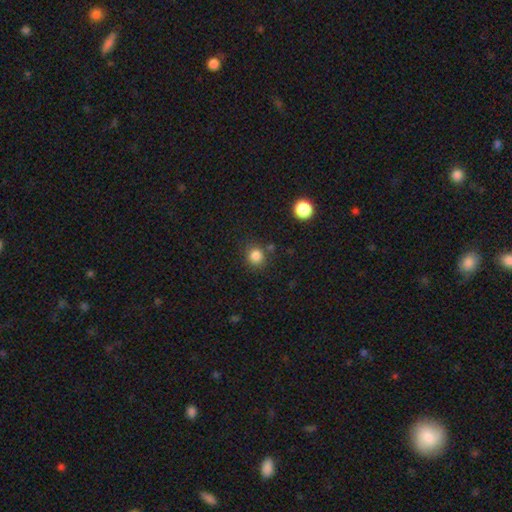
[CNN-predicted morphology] smooth-or-featured: smooth: 84% | star or artifact: 12% | featured or disk: 4%
  how-rounded: round: 86% | in between: 13% | cigar-shaped: 1%
  merging: none: 80% | minor disturbance: 10% | merger: 6% | major disturbance: 4%